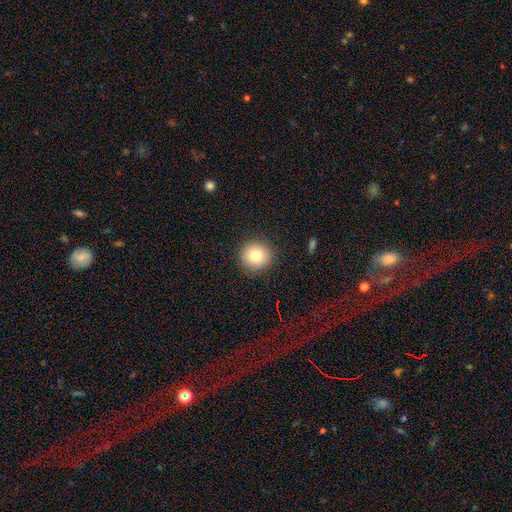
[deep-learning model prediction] smooth 79%, star or artifact 11%, featured or disk 10%. Down the decision tree: how rounded — round (93%); merging — none (90%).